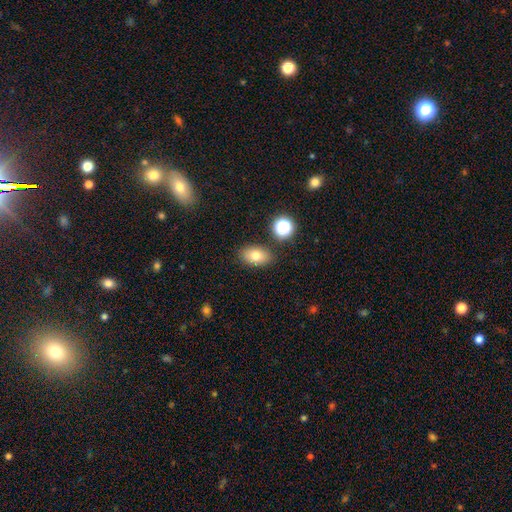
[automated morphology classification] Smooth or featured? smooth (77%)
How rounded? in between (84%)
Merging? none (83%)